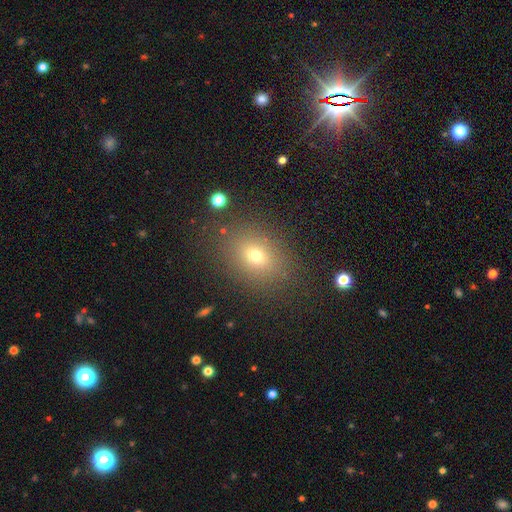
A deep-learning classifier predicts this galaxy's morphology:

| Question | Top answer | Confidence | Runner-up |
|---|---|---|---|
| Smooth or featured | smooth | 68% | star or artifact (19%) |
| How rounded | in between | 56% | round (43%) |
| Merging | none | 83% | minor disturbance (10%) |